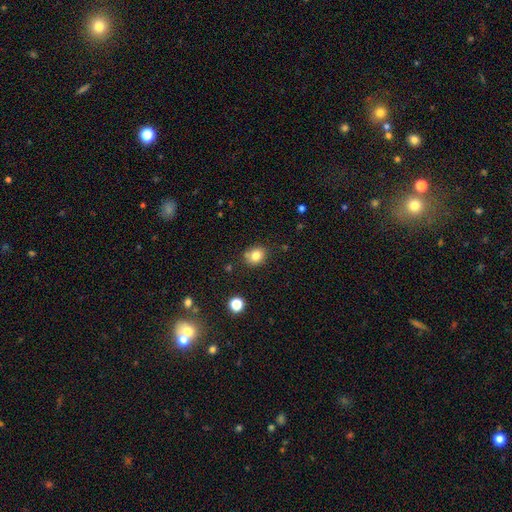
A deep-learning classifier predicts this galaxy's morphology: A smooth galaxy with no disk features (80%) that is round (62%).

Vote fractions:
- Smooth or featured? smooth: 80% / star or artifact: 12% / featured or disk: 8%
- How rounded? round: 62% / in between: 37% / cigar-shaped: 1%
- Merging? none: 74% / minor disturbance: 15% / merger: 8% / major disturbance: 3%